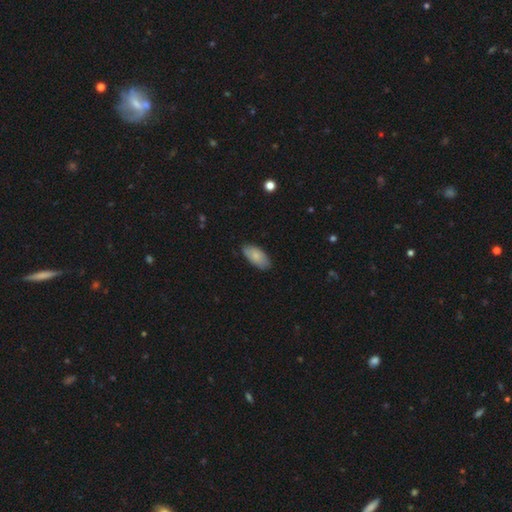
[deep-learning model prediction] A smooth galaxy with no disk features (78%) that is in between round and cigar-shaped (93%).

Vote fractions:
- Smooth or featured? smooth: 78% / featured or disk: 16% / star or artifact: 6%
- How rounded? in between: 93% / cigar-shaped: 5% / round: 2%
- Merging? none: 80% / minor disturbance: 17% / major disturbance: 2% / merger: 1%